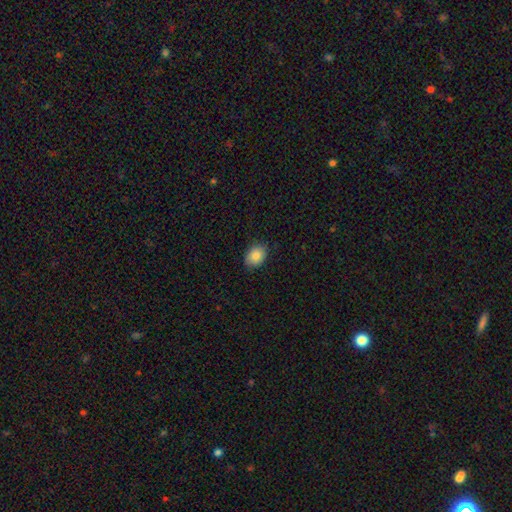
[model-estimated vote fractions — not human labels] This is clearly a smooth galaxy (86%). How rounded: likely in between (72%). Merging: clearly none (84%).